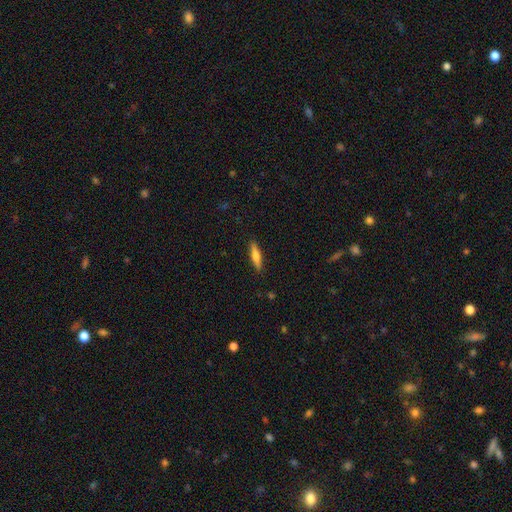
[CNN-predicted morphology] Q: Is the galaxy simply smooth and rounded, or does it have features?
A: smooth — 58%.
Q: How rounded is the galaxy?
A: cigar-shaped — 76%.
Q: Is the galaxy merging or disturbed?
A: none — 89%.